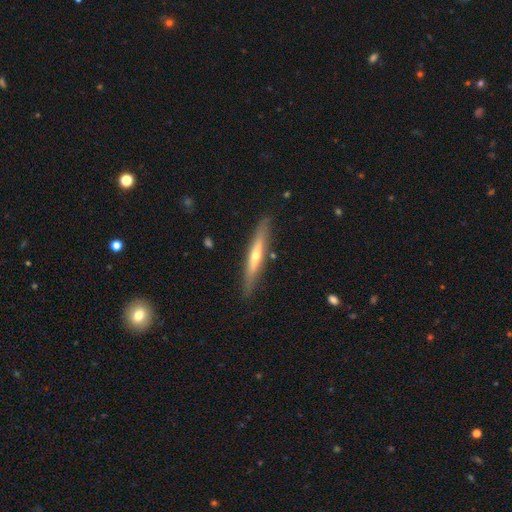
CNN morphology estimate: type=featured or disk (61%); edge-on=yes (93%); edge-on bulge=rounded (74%); merging=none (87%).